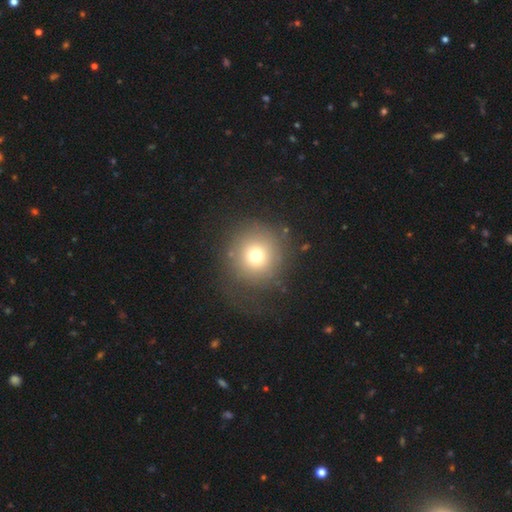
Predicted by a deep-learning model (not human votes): Morphology: type=smooth (70%); roundness=round (94%); merging=none (73%).